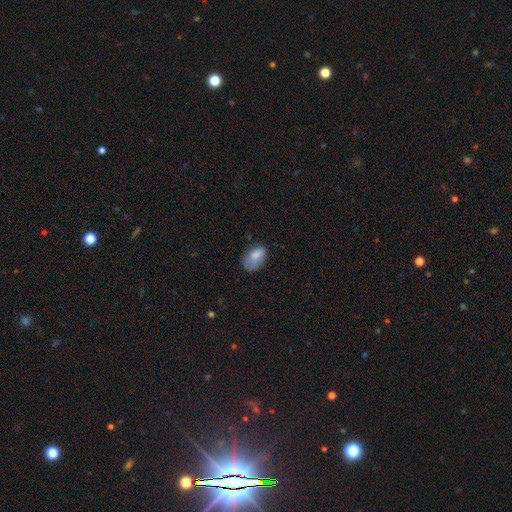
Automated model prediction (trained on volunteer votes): A smooth galaxy with no disk features (79%) that is in between round and cigar-shaped (90%).

Vote fractions:
- Smooth or featured? smooth: 79% / featured or disk: 13% / star or artifact: 8%
- How rounded? in between: 90% / round: 9% / cigar-shaped: 1%
- Merging? none: 49% / minor disturbance: 34% / major disturbance: 15% / merger: 2%